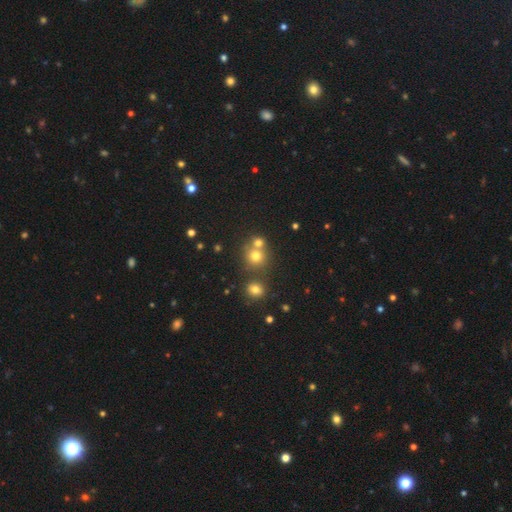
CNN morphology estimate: This is likely a smooth galaxy (72%). How rounded: clearly round (87%). Merging: possibly none (55%).